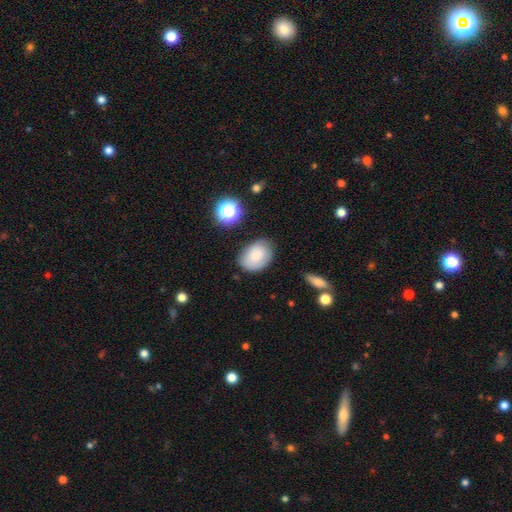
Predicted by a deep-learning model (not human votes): smooth 76%, featured or disk 15%, star or artifact 9%. Down the decision tree: how rounded — in between (77%); merging — none (72%).